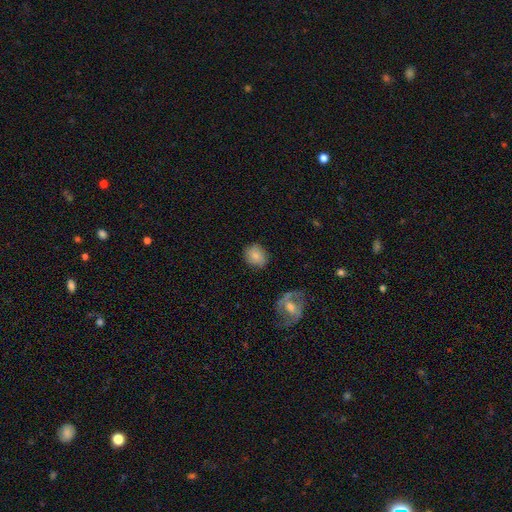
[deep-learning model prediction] smooth_or_featured: smooth (p=0.75) [alt: featured or disk p=0.16]
how_rounded: round (p=0.67) [alt: in between p=0.32]
merging: none (p=0.80) [alt: minor disturbance p=0.14]